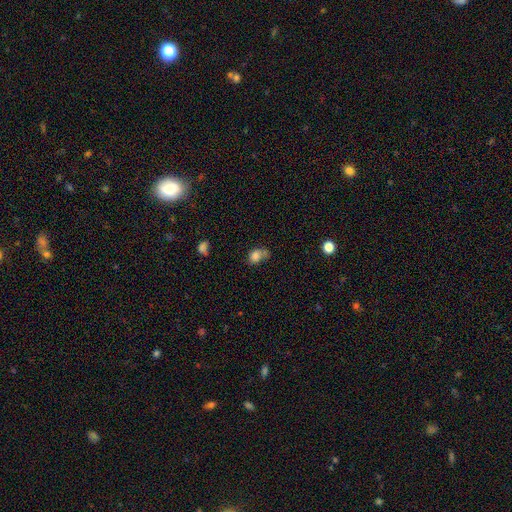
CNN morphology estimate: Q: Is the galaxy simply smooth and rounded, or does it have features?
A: smooth — 77%.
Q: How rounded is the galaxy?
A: in between — 64%.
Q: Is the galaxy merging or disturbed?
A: none — 35%.